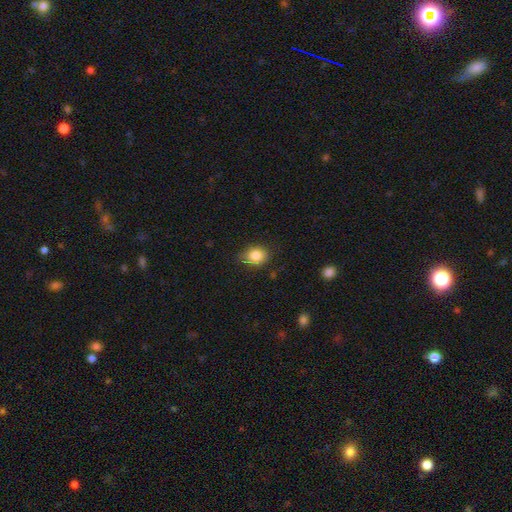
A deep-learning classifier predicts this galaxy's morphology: smooth 84%, star or artifact 9%, featured or disk 6%. Down the decision tree: how rounded — round (53%); merging — none (77%).